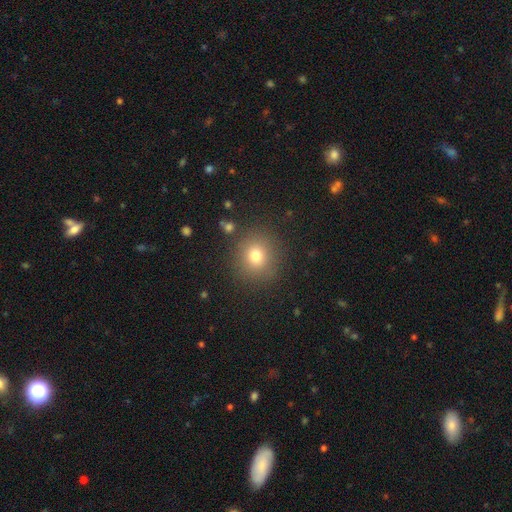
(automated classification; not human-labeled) The model was most divided on "smooth or featured": smooth: 75%, star or artifact: 15%, featured or disk: 10%. More confident: how rounded — round (88%); merging — none (86%).